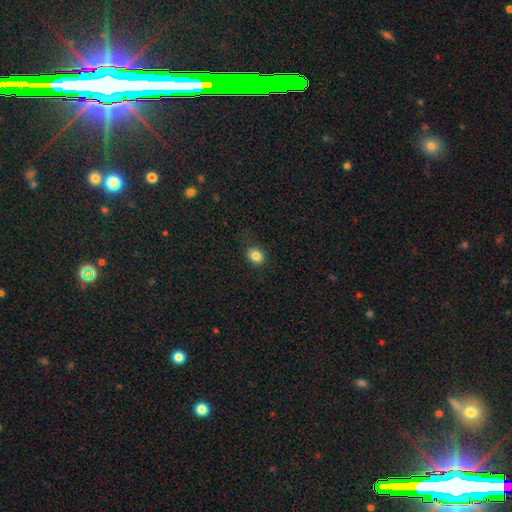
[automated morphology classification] Smooth or featured: smooth — 83% (star or artifact — 11%)
How rounded: round — 55% (in between — 44%)
Merging: none — 84% (minor disturbance — 12%)